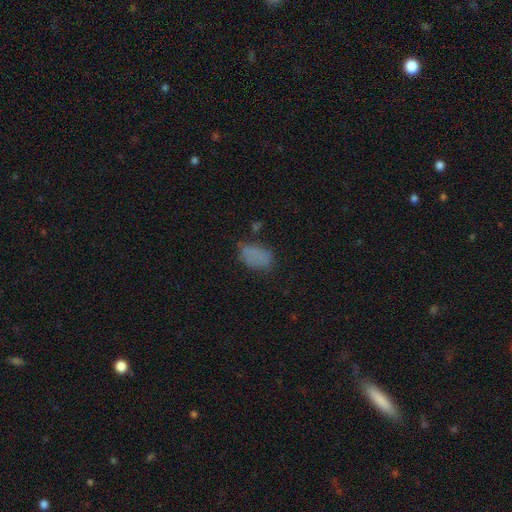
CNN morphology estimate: Q: Smooth or featured?
A: smooth (75%); runner-up: star or artifact (14%)
Q: How rounded?
A: in between (89%); runner-up: round (9%)
Q: Merging?
A: none (61%); runner-up: minor disturbance (24%)